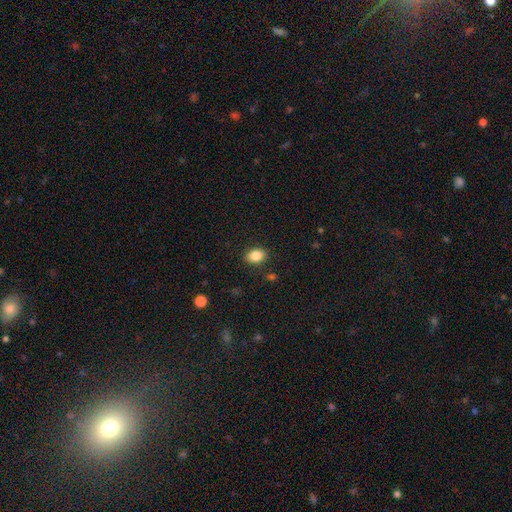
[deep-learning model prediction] A smooth galaxy with no disk features (85%) that is in between round and cigar-shaped (74%). Merging: none (86%).